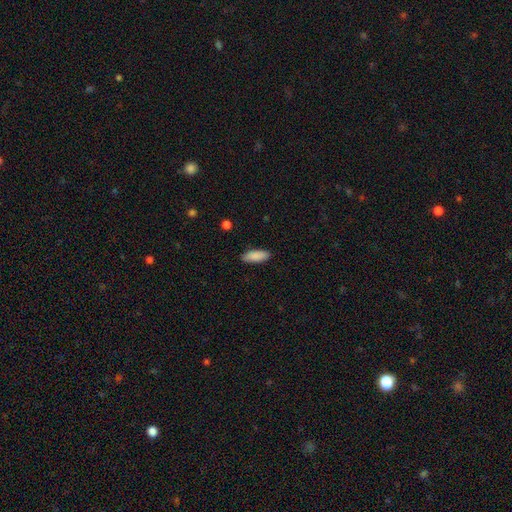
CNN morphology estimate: smooth 89%, star or artifact 6%, featured or disk 5%. Down the decision tree: how rounded — in between (71%); merging — none (88%).